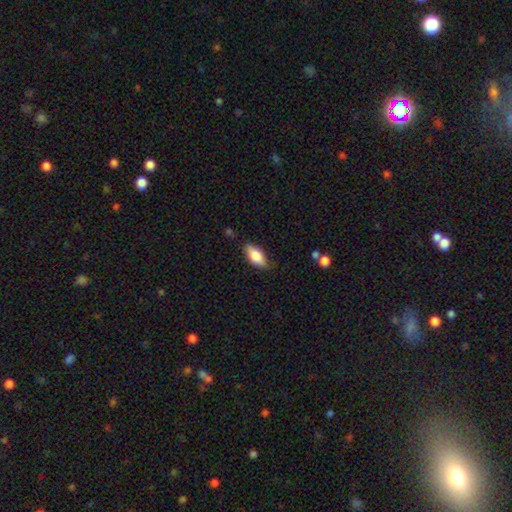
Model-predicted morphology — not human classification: smooth-or-featured: smooth: 76% | featured or disk: 17% | star or artifact: 6%
  how-rounded: in between: 85% | cigar-shaped: 13% | round: 3%
  merging: none: 78% | minor disturbance: 17% | major disturbance: 3% | merger: 2%